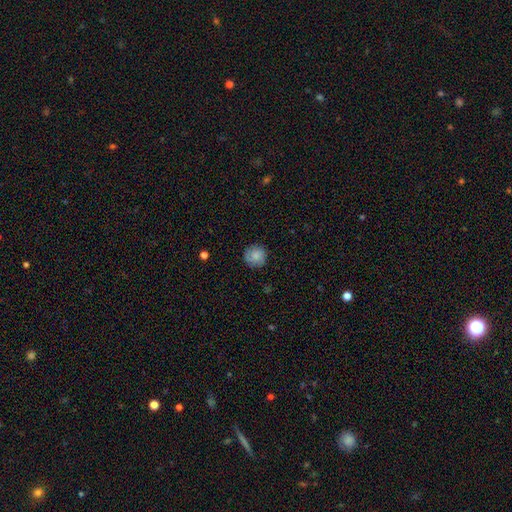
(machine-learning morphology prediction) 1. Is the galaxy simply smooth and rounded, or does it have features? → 74% smooth, 18% featured or disk, 8% star or artifact.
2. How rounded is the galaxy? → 92% round, 7% in between, 1% cigar-shaped.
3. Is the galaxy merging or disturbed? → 84% none, 12% minor disturbance, 3% major disturbance, 1% merger.